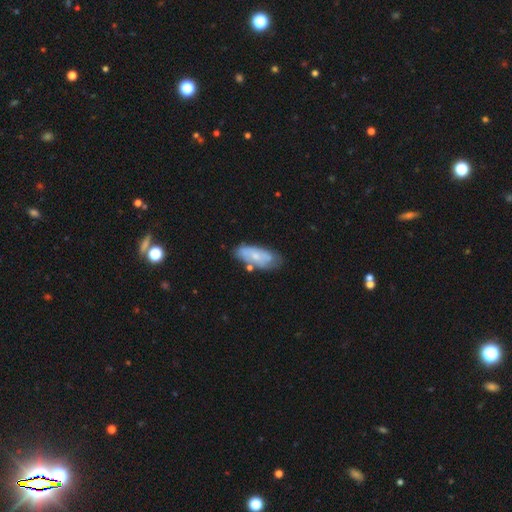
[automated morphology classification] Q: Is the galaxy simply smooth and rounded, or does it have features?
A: smooth — 51%.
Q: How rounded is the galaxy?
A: in between — 82%.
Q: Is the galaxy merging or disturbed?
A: none — 58%.